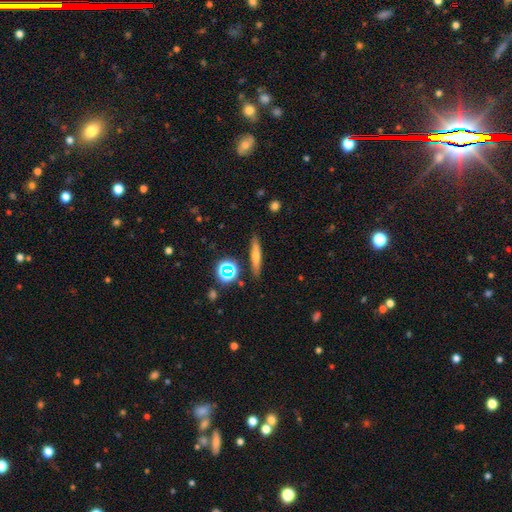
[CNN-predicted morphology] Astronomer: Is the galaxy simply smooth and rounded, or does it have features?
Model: smooth — 48% (runner-up: featured or disk, 38%).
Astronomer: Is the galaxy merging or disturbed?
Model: none — 87%.